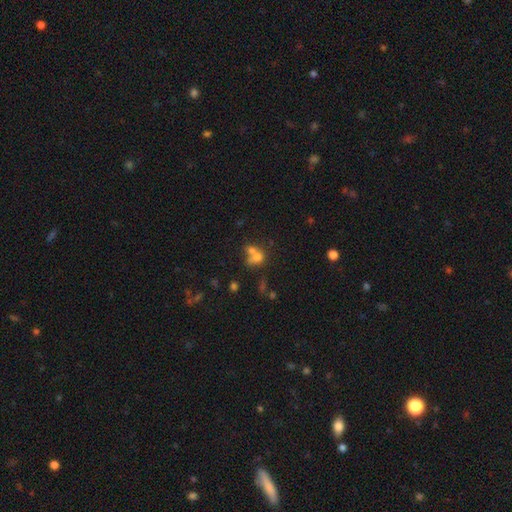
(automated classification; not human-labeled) A smooth galaxy with no disk features (65%) that is round (63%).

Vote fractions:
- Smooth or featured? smooth: 65% / featured or disk: 20% / star or artifact: 16%
- How rounded? round: 63% / in between: 35% / cigar-shaped: 2%
- Merging? merger: 59% / none: 27% / minor disturbance: 8% / major disturbance: 6%